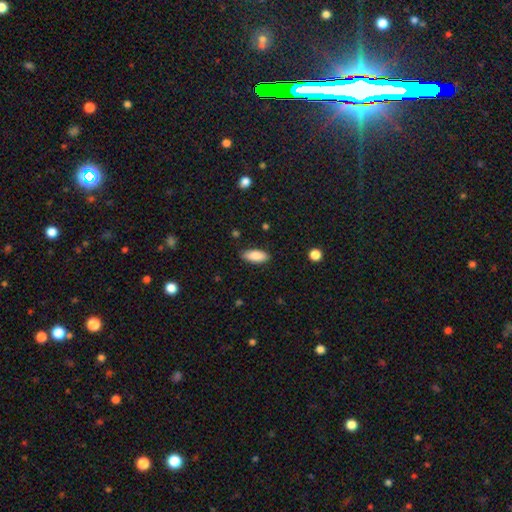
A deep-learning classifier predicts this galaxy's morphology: type=smooth (86%); roundness=in between (82%); merging=none (86%).